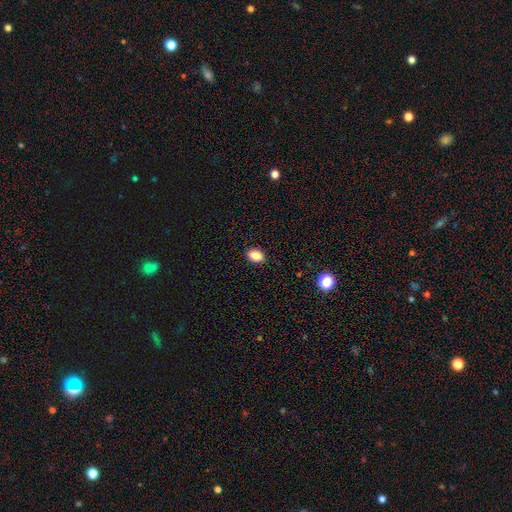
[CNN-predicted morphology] Smooth or featured: smooth — 87% (star or artifact — 9%)
How rounded: in between — 79% (round — 20%)
Merging: none — 89% (minor disturbance — 8%)